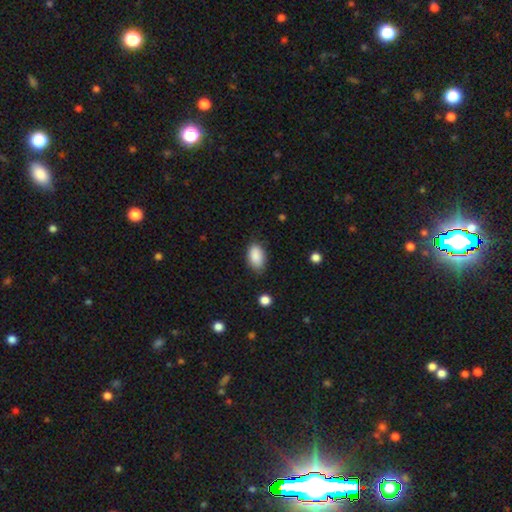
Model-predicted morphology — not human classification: Q: Smooth or featured?
A: smooth (89%); runner-up: star or artifact (7%)
Q: How rounded?
A: in between (92%); runner-up: round (6%)
Q: Merging?
A: none (79%); runner-up: minor disturbance (16%)